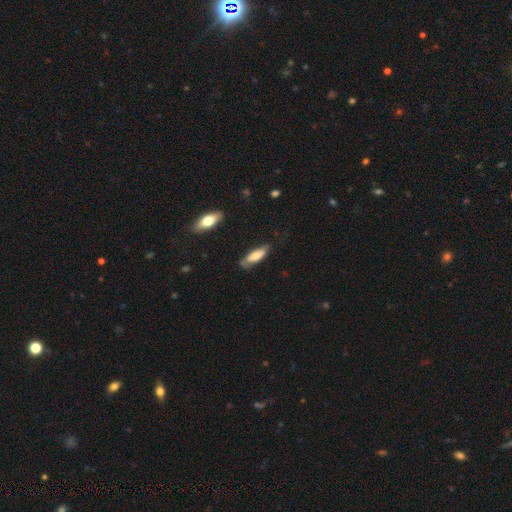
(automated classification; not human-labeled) This appears to be a smooth galaxy with no disk features (67%) that is in between round and cigar-shaped (56%). Merging: none (65%).